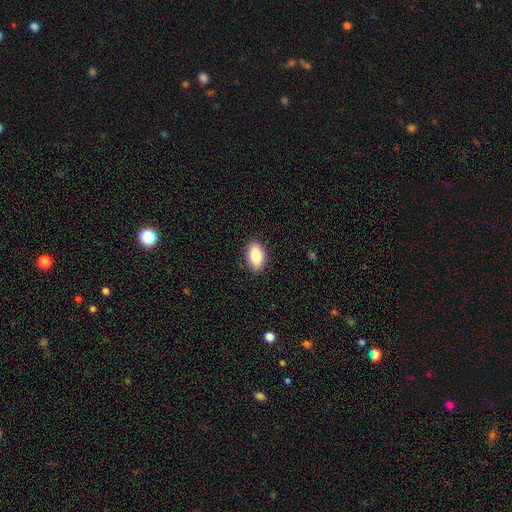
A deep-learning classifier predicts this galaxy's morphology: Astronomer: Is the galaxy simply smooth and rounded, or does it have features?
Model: smooth — 83%.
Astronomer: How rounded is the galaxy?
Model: in between — 89%.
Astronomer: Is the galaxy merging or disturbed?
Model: none — 88%.